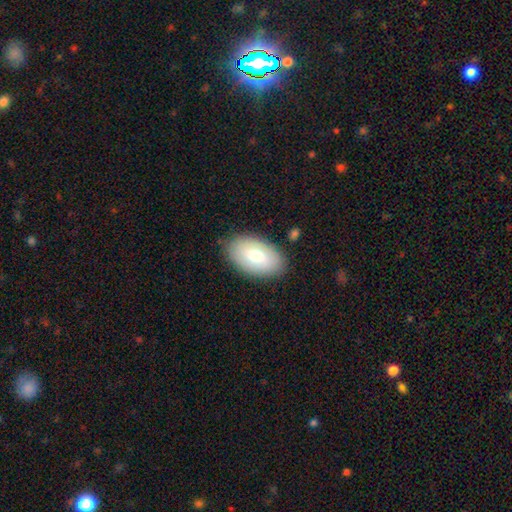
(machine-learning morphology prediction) Smooth or featured? Predicted: smooth (p=0.68). How rounded? Predicted: in between (p=0.94). Merging? Predicted: none (p=0.85).